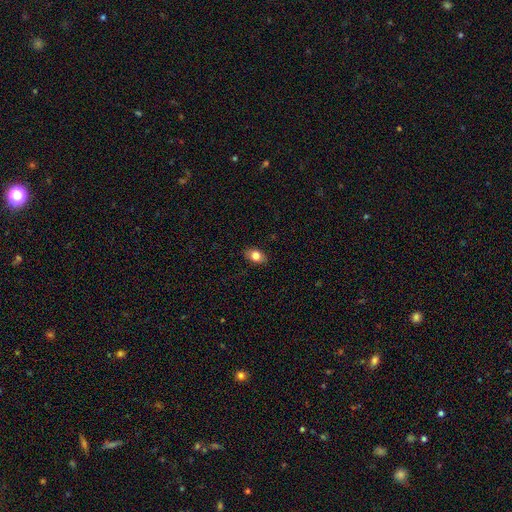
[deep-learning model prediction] A smooth galaxy with no disk features (81%) that is in between round and cigar-shaped (83%).

Vote fractions:
- Smooth or featured? smooth: 81% / featured or disk: 11% / star or artifact: 8%
- How rounded? in between: 83% / round: 16% / cigar-shaped: 2%
- Merging? none: 86% / minor disturbance: 11% / major disturbance: 2% / merger: 1%